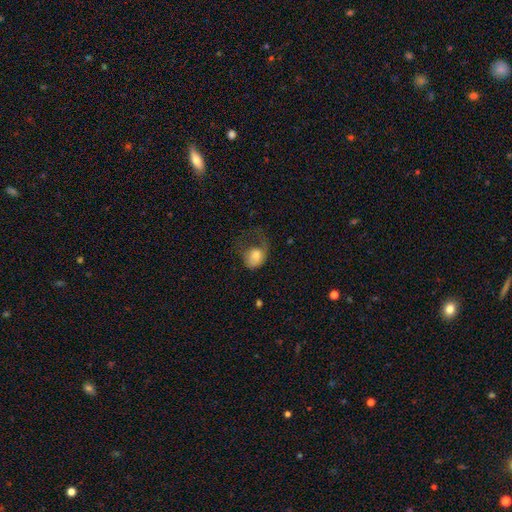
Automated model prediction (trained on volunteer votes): Smooth or featured? Predicted: smooth (p=0.65). How rounded? Predicted: round (p=0.50). Merging? Predicted: major disturbance (p=0.62).